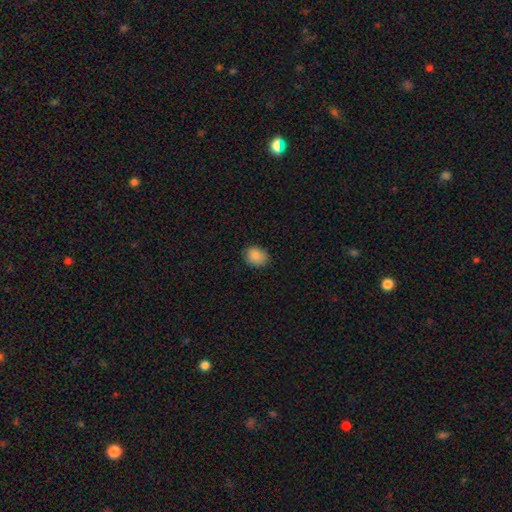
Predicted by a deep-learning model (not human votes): Smooth or featured? Predicted: smooth (p=0.88). How rounded? Predicted: in between (p=0.51). Merging? Predicted: none (p=0.85).